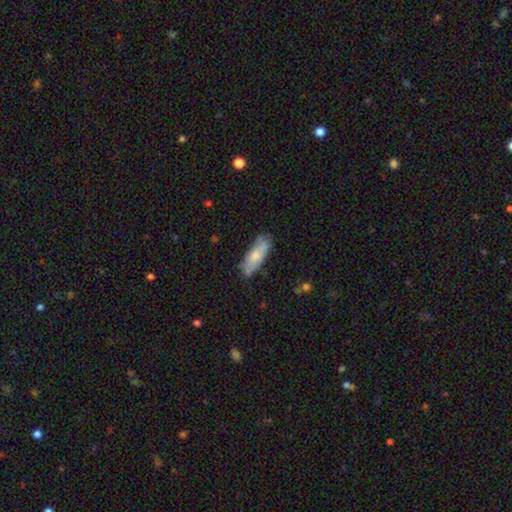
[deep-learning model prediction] The model was most divided on "how rounded": in between: 66%, cigar-shaped: 32%, round: 2%. More confident: merging — none (68%); smooth or featured — smooth (66%).